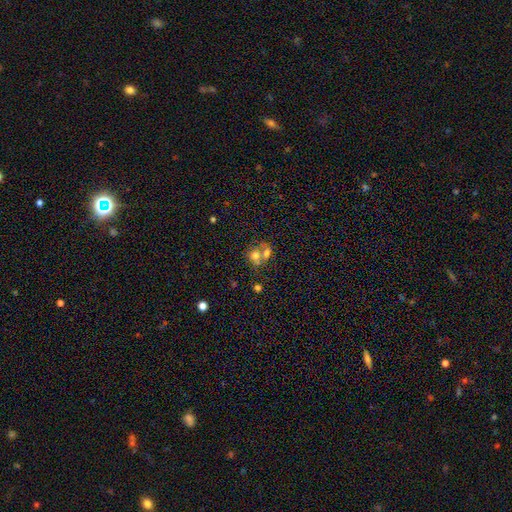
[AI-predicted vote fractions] This appears to be a smooth galaxy with no disk features (62%) that is round (64%). Merging: merger (63%).